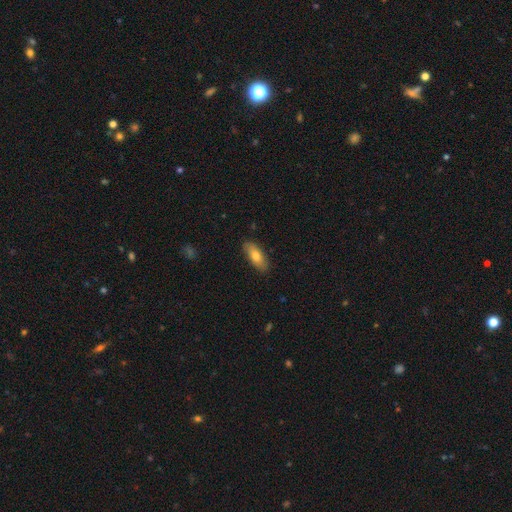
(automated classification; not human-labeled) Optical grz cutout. It shows a smooth galaxy with no disk features (76%) that is in between round and cigar-shaped (75%). Merging: none (86%).